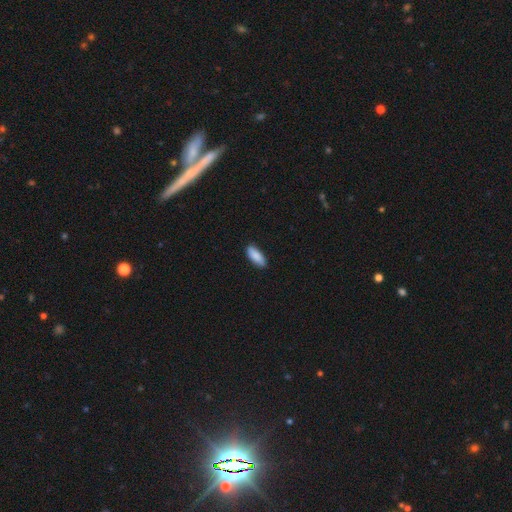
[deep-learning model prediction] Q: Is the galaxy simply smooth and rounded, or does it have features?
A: smooth — 90%.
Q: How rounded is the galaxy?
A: in between — 76%.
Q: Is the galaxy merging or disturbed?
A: none — 89%.